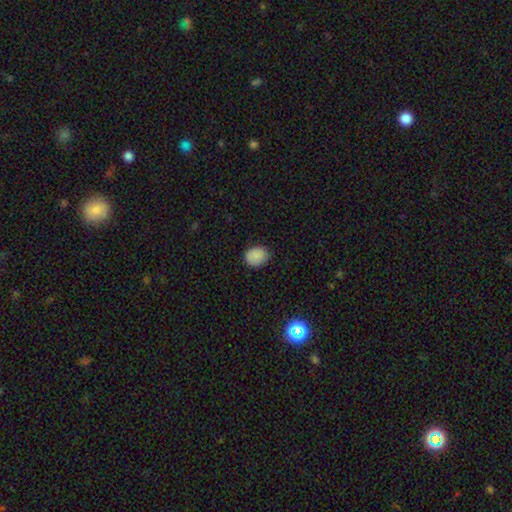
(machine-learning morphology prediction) The model was most divided on "how rounded": in between: 50%, round: 49%, cigar-shaped: 1%. More confident: smooth or featured — smooth (88%); merging — none (84%).